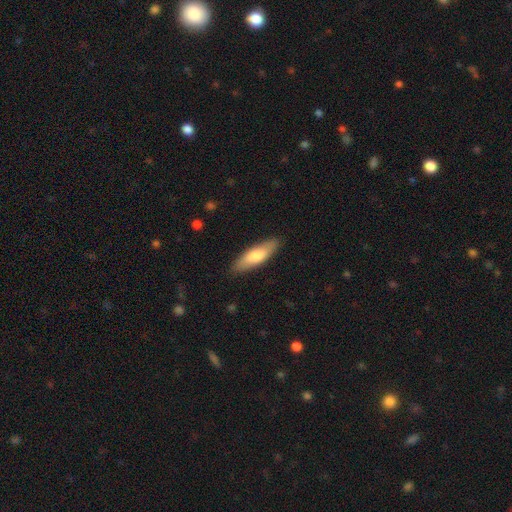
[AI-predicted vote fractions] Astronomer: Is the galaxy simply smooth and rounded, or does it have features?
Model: smooth — 72%.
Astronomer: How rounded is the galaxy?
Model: cigar-shaped — 53% (runner-up: in between, 45%).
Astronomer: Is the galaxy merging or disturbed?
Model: none — 87%.